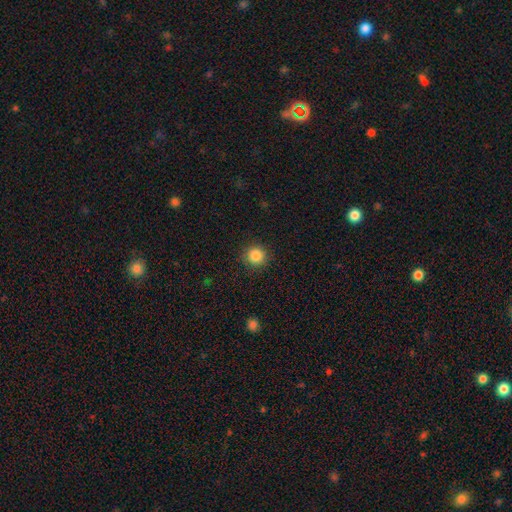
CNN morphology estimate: The model was most divided on "smooth or featured": smooth: 86%, star or artifact: 11%, featured or disk: 4%. More confident: how rounded — round (94%); merging — none (90%).